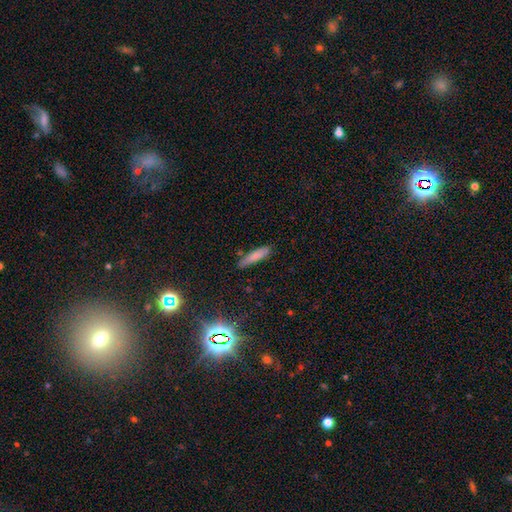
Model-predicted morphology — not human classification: smooth-or-featured: smooth: 77% | featured or disk: 13% | star or artifact: 9%
  how-rounded: cigar-shaped: 81% | in between: 17% | round: 2%
  merging: none: 79% | minor disturbance: 16% | major disturbance: 3% | merger: 3%